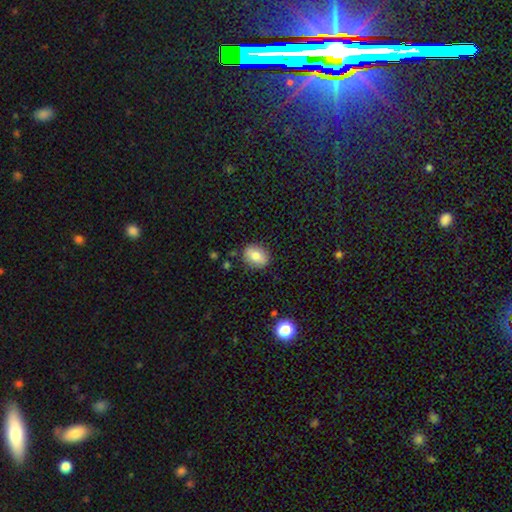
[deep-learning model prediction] This is likely a smooth galaxy (76%). How rounded: possibly in between (59%). Merging: clearly none (83%).